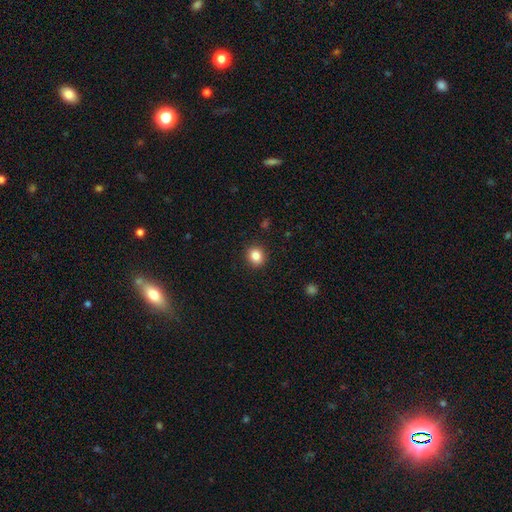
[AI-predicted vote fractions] This appears to be a smooth galaxy with no disk features (84%) that is round (83%). Merging: none (91%).